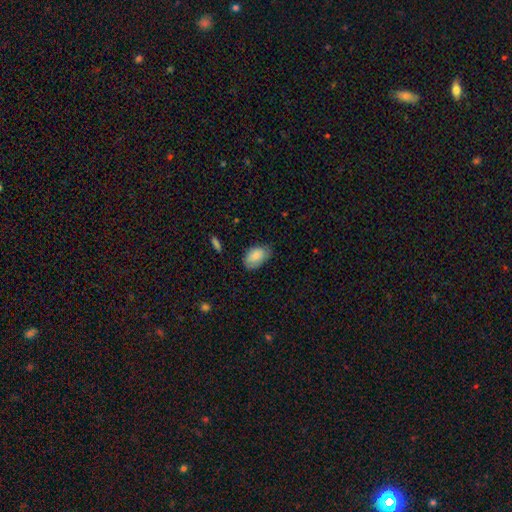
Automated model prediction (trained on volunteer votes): The model was most divided on "merging": none: 66%, minor disturbance: 27%, major disturbance: 6%, merger: 1%. More confident: how rounded — in between (92%); smooth or featured — smooth (84%).